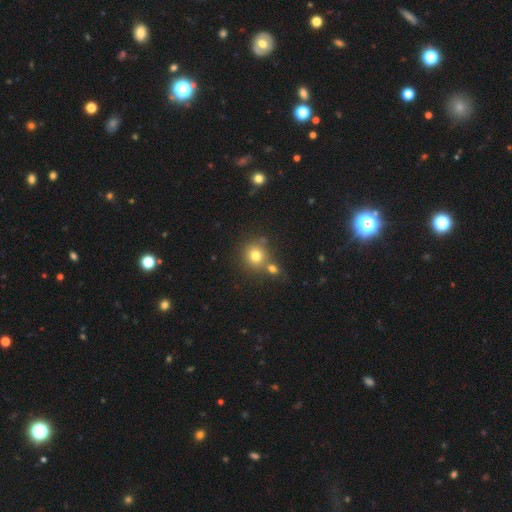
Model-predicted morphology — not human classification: Q: Smooth or featured?
A: smooth (76%); runner-up: star or artifact (13%)
Q: How rounded?
A: round (88%); runner-up: in between (11%)
Q: Merging?
A: none (62%); runner-up: merger (26%)